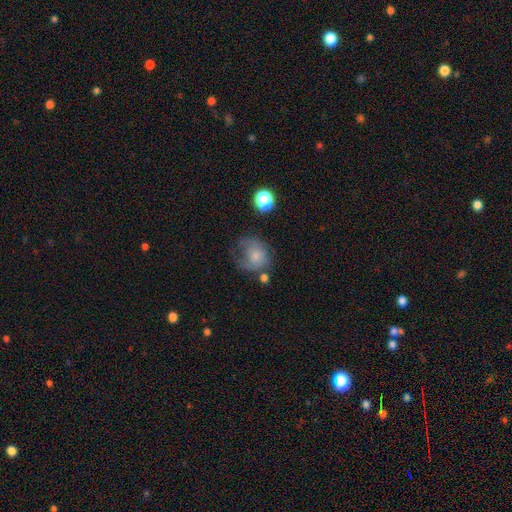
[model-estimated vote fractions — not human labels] This is likely a smooth galaxy (61%). How rounded: likely round (60%). Merging: marginally major disturbance (35%).